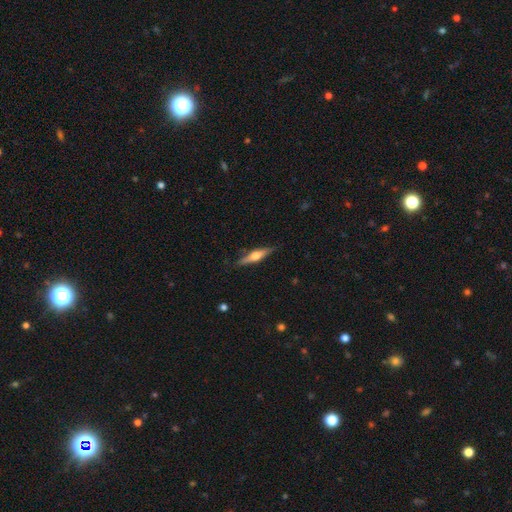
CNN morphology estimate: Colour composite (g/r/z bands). It shows a featured or disk galaxy (62%) viewed edge-on (96%) with a rounded central bulge (90%). Merging: none (85%).